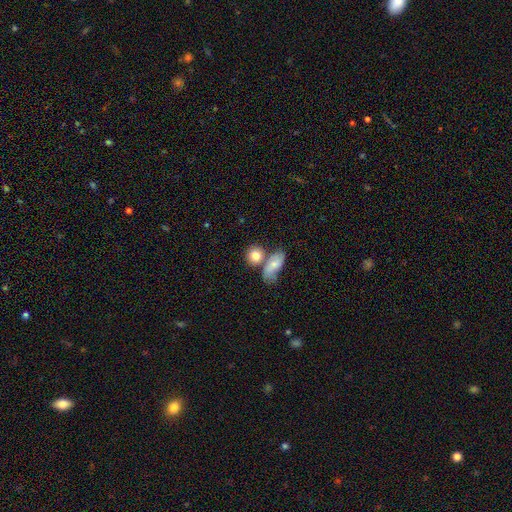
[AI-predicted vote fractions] Smooth or featured? smooth (80%)
How rounded? round (68%)
Merging? none (53%)